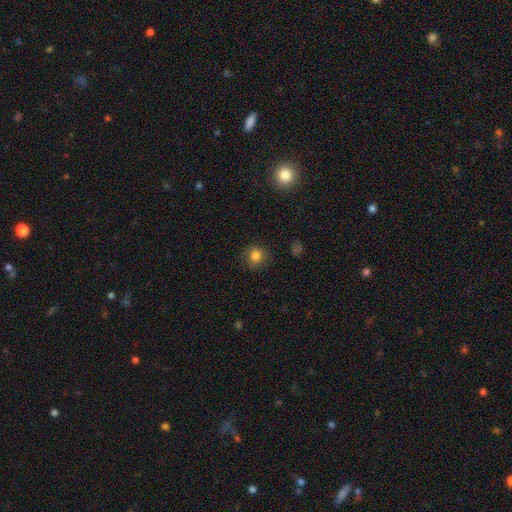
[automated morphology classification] Q: Smooth or featured?
A: smooth (82%); runner-up: star or artifact (13%)
Q: How rounded?
A: round (88%); runner-up: in between (11%)
Q: Merging?
A: none (87%); runner-up: minor disturbance (10%)